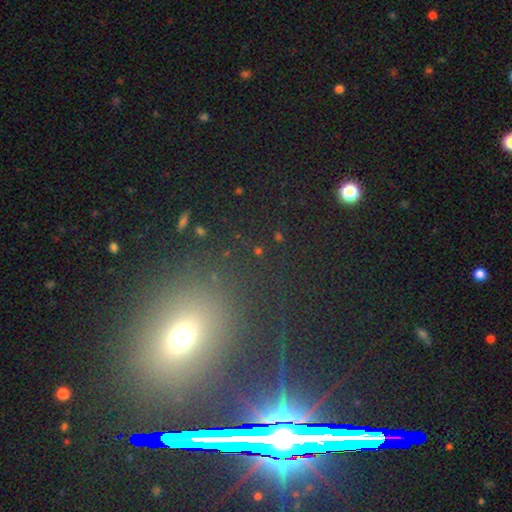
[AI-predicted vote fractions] A star or artifact, not a galaxy (51%).